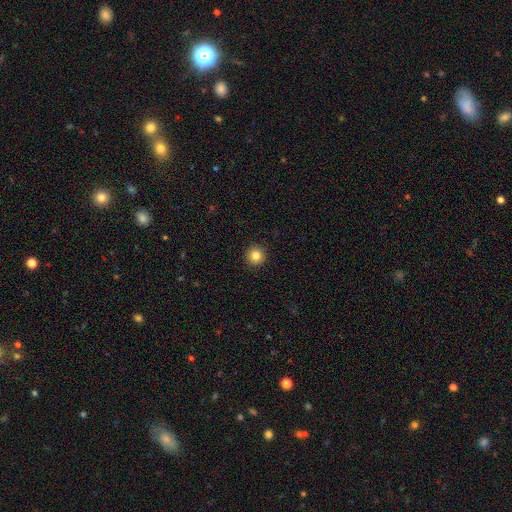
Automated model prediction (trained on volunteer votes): Morphology: type=smooth (84%); roundness=round (95%); merging=none (93%).